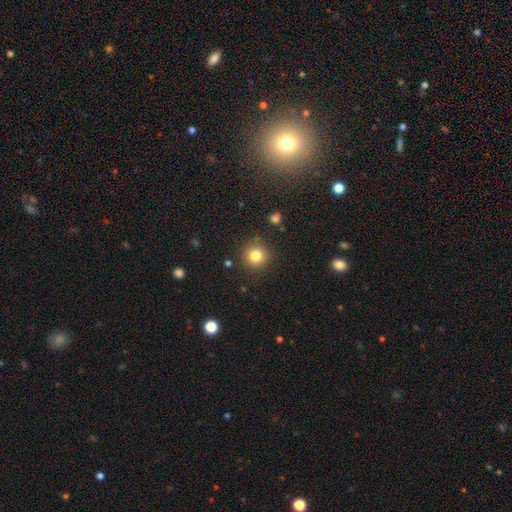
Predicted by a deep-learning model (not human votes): This appears to be a smooth galaxy with no disk features (81%) that is round (94%). Merging: none (88%).